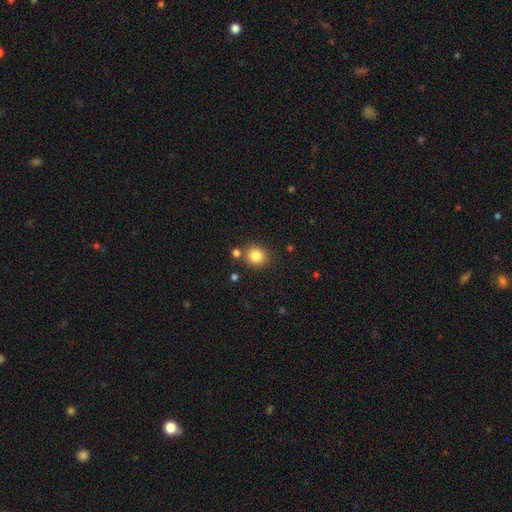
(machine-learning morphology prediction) Smooth or featured? Predicted: smooth (p=0.85). How rounded? Predicted: round (p=0.86). Merging? Predicted: none (p=0.80).